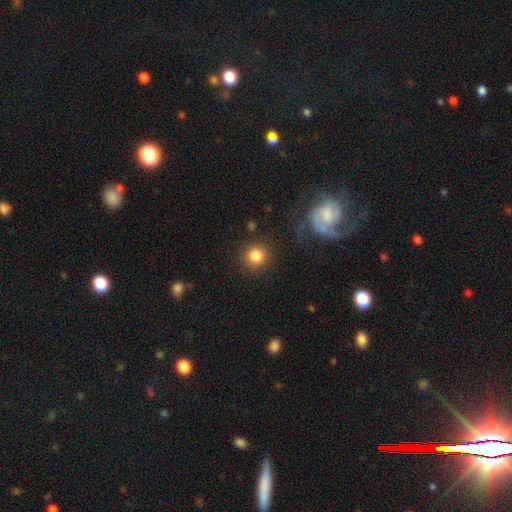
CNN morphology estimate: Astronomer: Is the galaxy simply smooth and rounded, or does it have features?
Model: smooth — 83%.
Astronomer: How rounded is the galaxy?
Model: round — 93%.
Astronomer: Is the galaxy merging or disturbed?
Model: none — 87%.